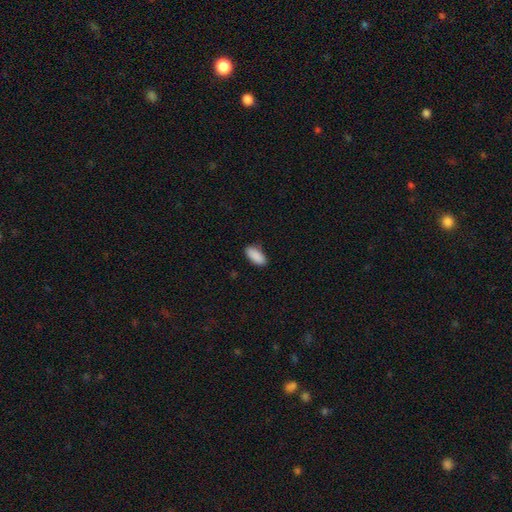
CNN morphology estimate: smooth 91%, star or artifact 6%, featured or disk 3%. Down the decision tree: how rounded — in between (89%); merging — none (86%).